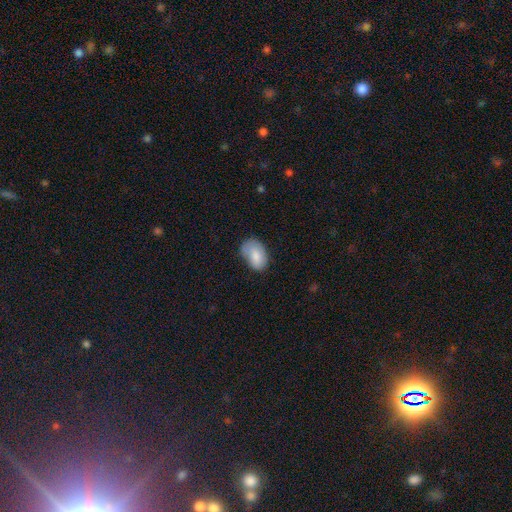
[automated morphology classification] A smooth galaxy with no disk features (79%) that is in between round and cigar-shaped (88%). Merging: none (54%).